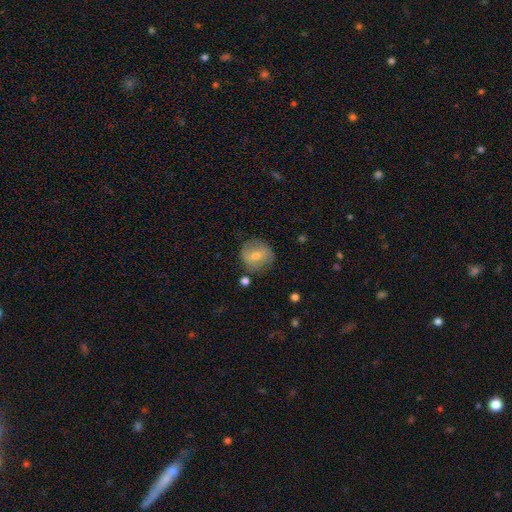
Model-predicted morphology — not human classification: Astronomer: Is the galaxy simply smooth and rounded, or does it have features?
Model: smooth — 50% (runner-up: featured or disk, 40%).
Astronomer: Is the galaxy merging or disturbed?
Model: none — 77%.